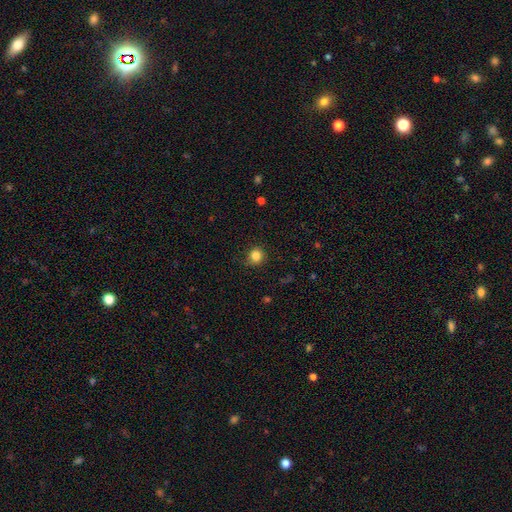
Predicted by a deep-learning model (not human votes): Smooth or featured: smooth — 83% (star or artifact — 12%)
How rounded: round — 88% (in between — 12%)
Merging: none — 82% (minor disturbance — 13%)